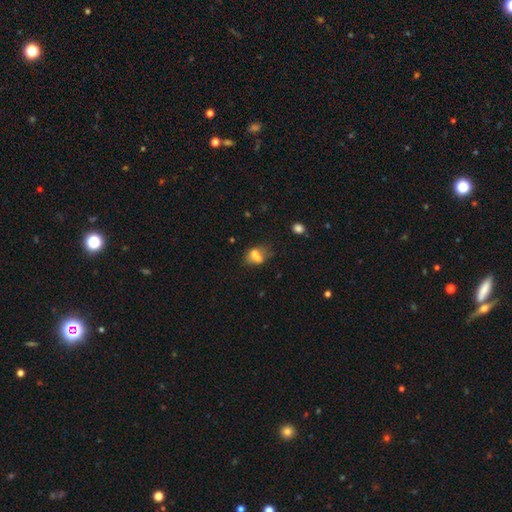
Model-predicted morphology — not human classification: Smooth or featured? Predicted: smooth (p=0.65). How rounded? Predicted: in between (p=0.67). Merging? Predicted: none (p=0.51).